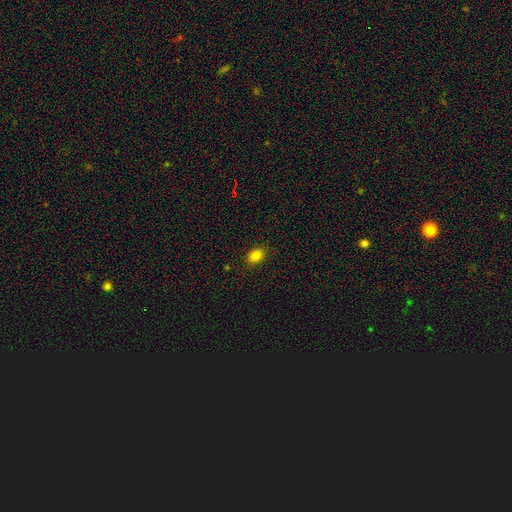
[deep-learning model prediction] This is clearly a smooth galaxy (83%). How rounded: likely in between (64%). Merging: clearly none (87%).